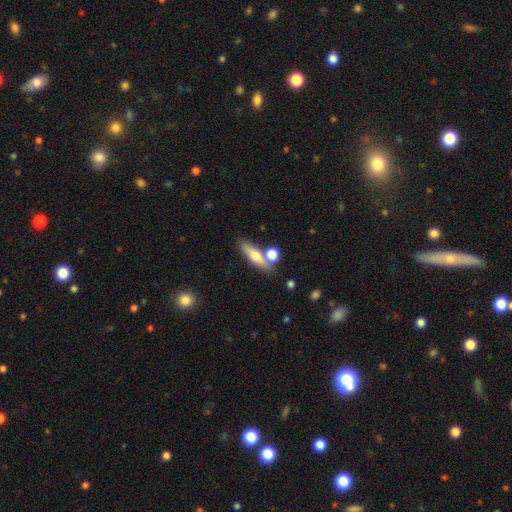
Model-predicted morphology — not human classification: A smooth galaxy with no disk features (62%) that is cigar-shaped (52%).

Vote fractions:
- Smooth or featured? smooth: 62% / featured or disk: 30% / star or artifact: 8%
- How rounded? cigar-shaped: 52% / in between: 40% / round: 8%
- Merging? none: 62% / merger: 22% / minor disturbance: 12% / major disturbance: 4%